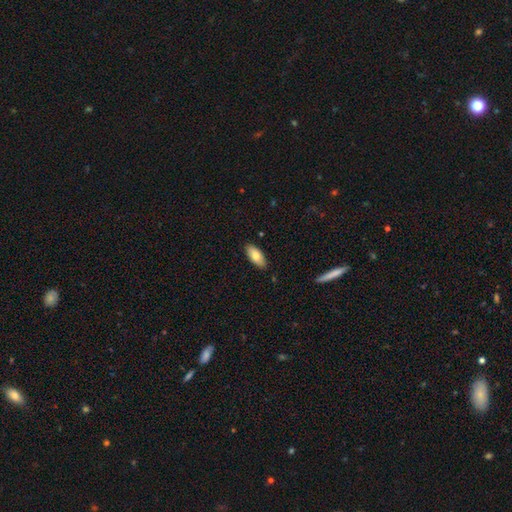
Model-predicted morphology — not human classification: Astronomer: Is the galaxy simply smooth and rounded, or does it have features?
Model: smooth — 77%.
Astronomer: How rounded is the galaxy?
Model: in between — 88%.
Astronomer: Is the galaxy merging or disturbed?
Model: none — 87%.